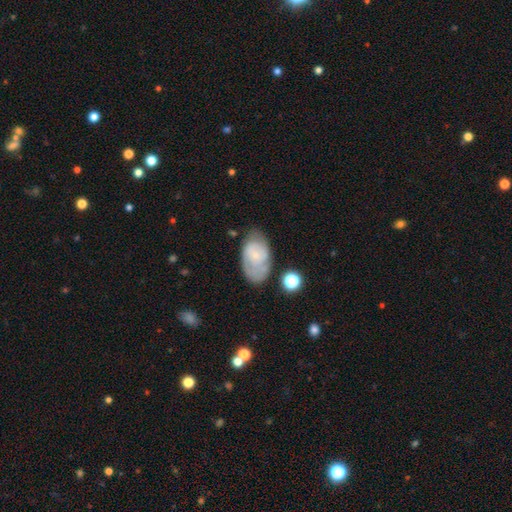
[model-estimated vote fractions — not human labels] Q: Smooth or featured?
A: featured or disk (48%); runner-up: smooth (44%)
Q: Merging?
A: none (57%); runner-up: minor disturbance (27%)